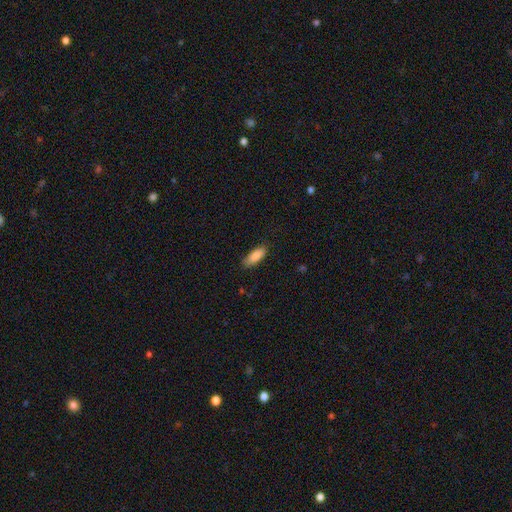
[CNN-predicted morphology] Smooth or featured?
  - smooth: 87% *
  - featured or disk: 7%
  - star or artifact: 6%
How rounded?
  - in between: 67% *
  - cigar-shaped: 31%
  - round: 2%
Merging?
  - none: 81% *
  - minor disturbance: 15%
  - major disturbance: 3%
  - merger: 1%